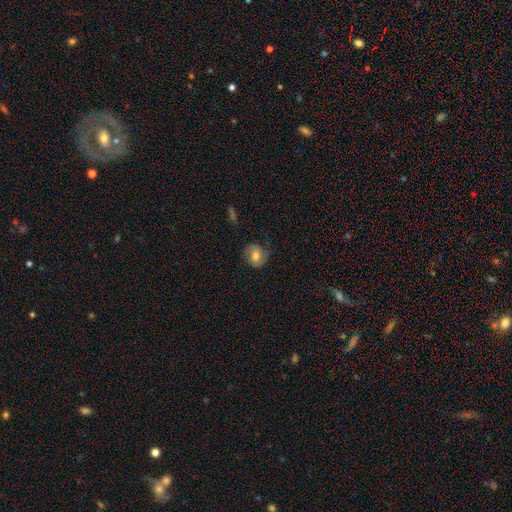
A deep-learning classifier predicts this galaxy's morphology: Smooth or featured? featured or disk (58%)
Edge-on disk? no (97%)
Bar? no (57%)
Spiral arms? yes (88%)
Bulge size? moderate (68%)
Merging? none (71%)